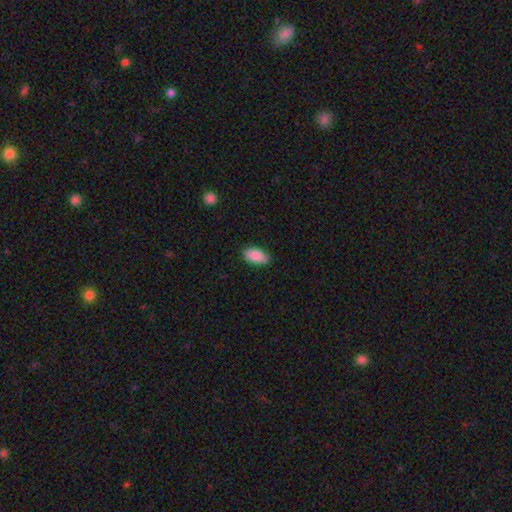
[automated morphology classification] Smooth or featured: smooth — 89% (star or artifact — 6%)
How rounded: in between — 94% (cigar-shaped — 3%)
Merging: none — 83% (minor disturbance — 14%)